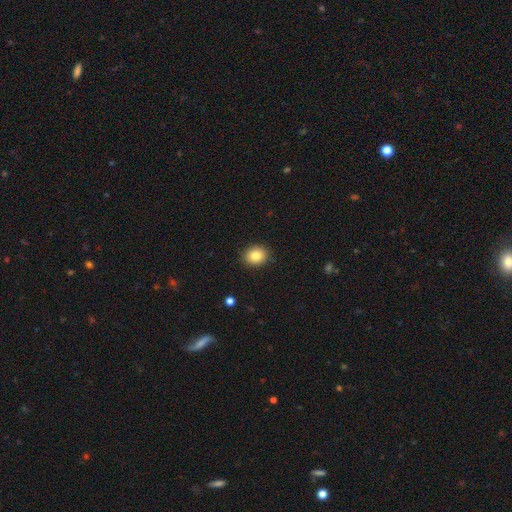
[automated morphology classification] smooth 85%, star or artifact 9%, featured or disk 6%. Down the decision tree: how rounded — round (63%); merging — none (90%).